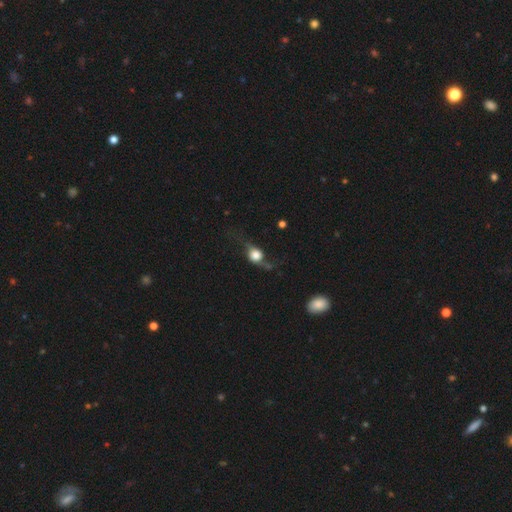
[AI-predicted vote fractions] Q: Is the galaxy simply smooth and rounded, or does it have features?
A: featured or disk — 52%.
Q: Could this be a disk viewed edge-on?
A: yes — 54%.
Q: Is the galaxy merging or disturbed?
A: none — 50%.